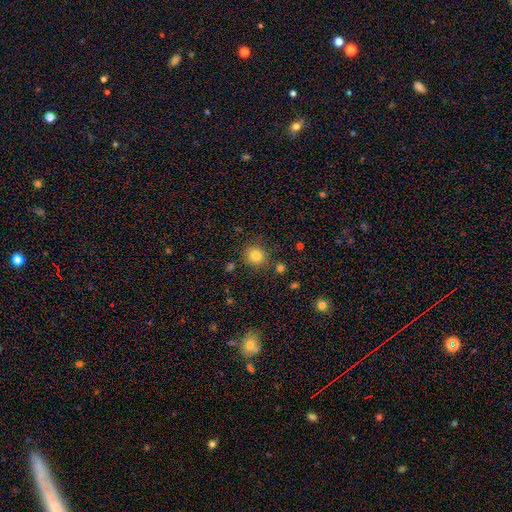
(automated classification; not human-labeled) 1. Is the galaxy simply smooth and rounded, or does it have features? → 82% smooth, 11% star or artifact, 6% featured or disk.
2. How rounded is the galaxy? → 83% round, 16% in between, 1% cigar-shaped.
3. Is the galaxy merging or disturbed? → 82% none, 10% minor disturbance, 4% merger, 3% major disturbance.